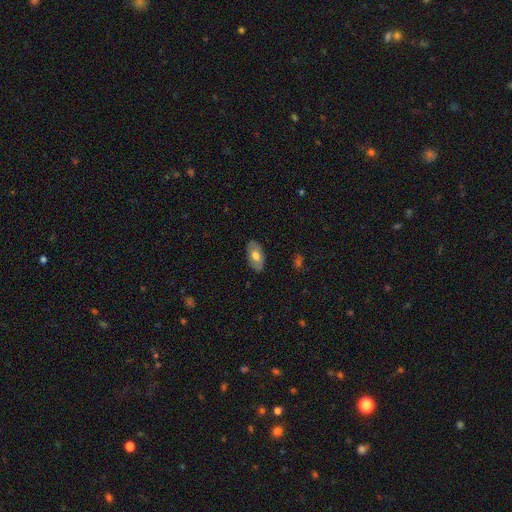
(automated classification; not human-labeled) Smooth or featured? Predicted: smooth (p=0.63). How rounded? Predicted: in between (p=0.94). Merging? Predicted: none (p=0.84).